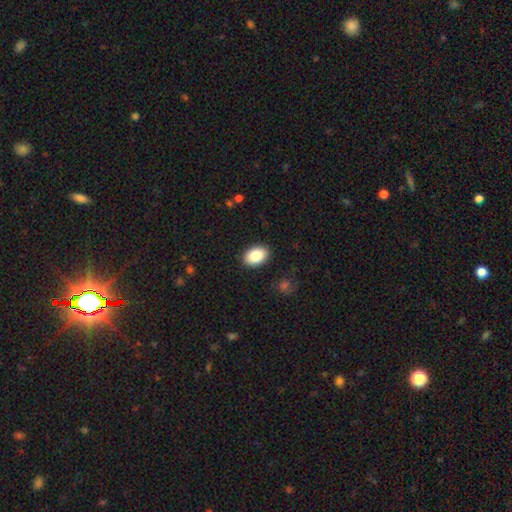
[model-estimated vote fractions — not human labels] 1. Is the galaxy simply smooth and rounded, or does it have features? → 85% smooth, 8% featured or disk, 7% star or artifact.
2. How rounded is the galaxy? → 86% in between, 13% round, 1% cigar-shaped.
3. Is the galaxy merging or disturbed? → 89% none, 8% minor disturbance, 2% major disturbance, 1% merger.